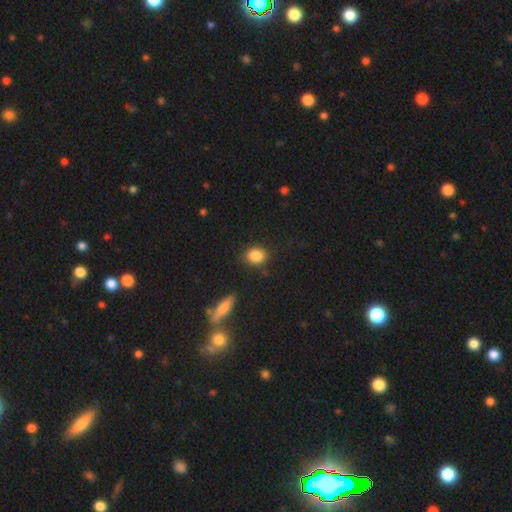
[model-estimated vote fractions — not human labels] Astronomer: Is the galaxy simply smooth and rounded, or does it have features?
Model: smooth — 86%.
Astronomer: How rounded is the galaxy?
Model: round — 67%.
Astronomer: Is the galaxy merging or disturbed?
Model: none — 85%.